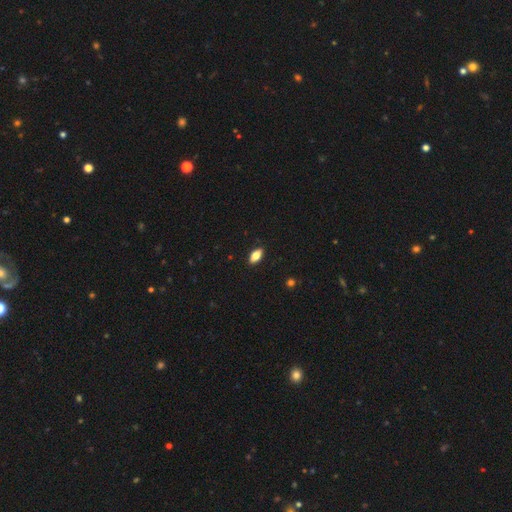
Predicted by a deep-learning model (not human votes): Q: Smooth or featured?
A: smooth (79%); runner-up: featured or disk (13%)
Q: How rounded?
A: in between (87%); runner-up: cigar-shaped (8%)
Q: Merging?
A: none (89%); runner-up: minor disturbance (8%)